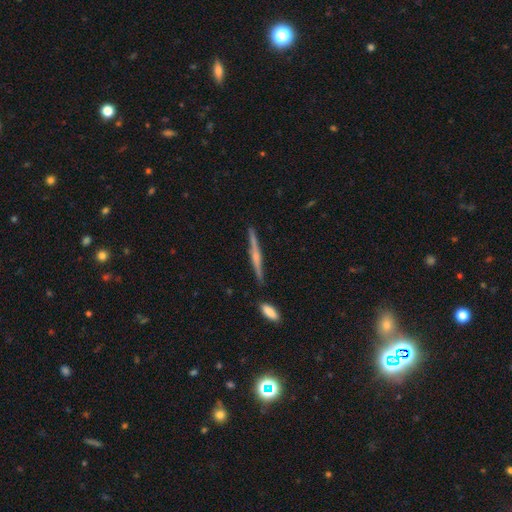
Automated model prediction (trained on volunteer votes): Morphology: type=featured or disk (68%); edge-on=yes (98%); edge-on bulge=rounded (67%); merging=none (87%).